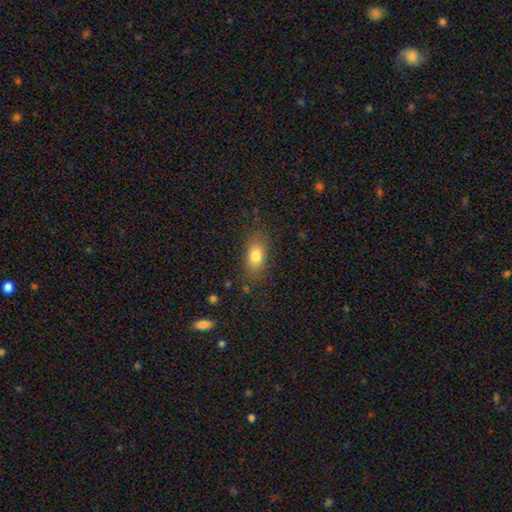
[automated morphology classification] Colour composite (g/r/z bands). It shows a smooth galaxy with no disk features (80%) that is in between round and cigar-shaped (81%). Merging: none (78%).